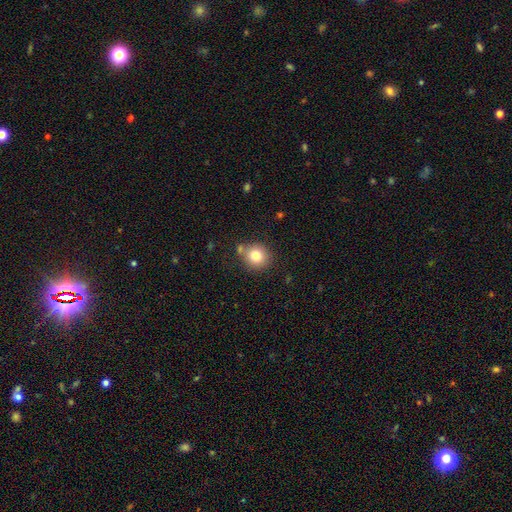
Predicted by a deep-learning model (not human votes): Smooth or featured?
  - smooth: 80% *
  - star or artifact: 11%
  - featured or disk: 9%
How rounded?
  - round: 87% *
  - in between: 12%
  - cigar-shaped: 1%
Merging?
  - none: 75% *
  - minor disturbance: 12%
  - merger: 9%
  - major disturbance: 3%